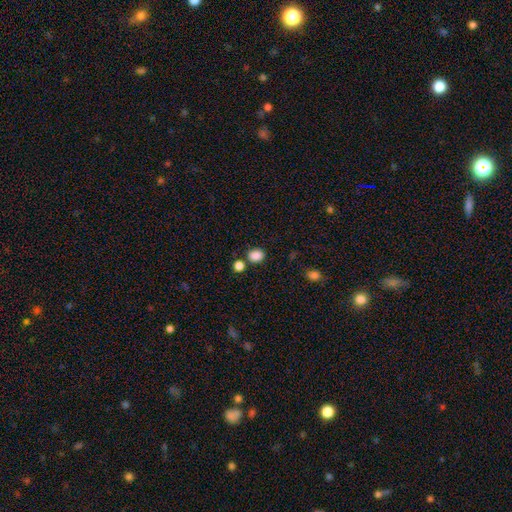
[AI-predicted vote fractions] smooth_or_featured: smooth (p=0.85) [alt: star or artifact p=0.11]
how_rounded: in between (p=0.50) [alt: round p=0.49]
merging: none (p=0.74) [alt: minor disturbance p=0.12]